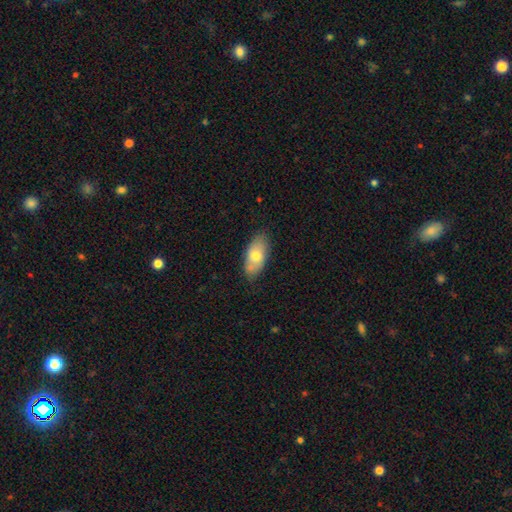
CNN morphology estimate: Smooth or featured? Predicted: smooth (p=0.70). How rounded? Predicted: in between (p=0.92). Merging? Predicted: none (p=0.74).